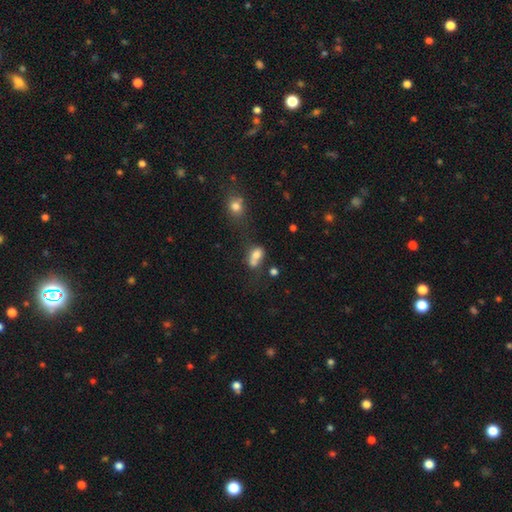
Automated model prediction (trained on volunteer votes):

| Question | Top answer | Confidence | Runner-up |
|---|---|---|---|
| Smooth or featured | smooth | 71% | featured or disk (16%) |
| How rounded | in between | 70% | round (27%) |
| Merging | merger | 54% | none (25%) |